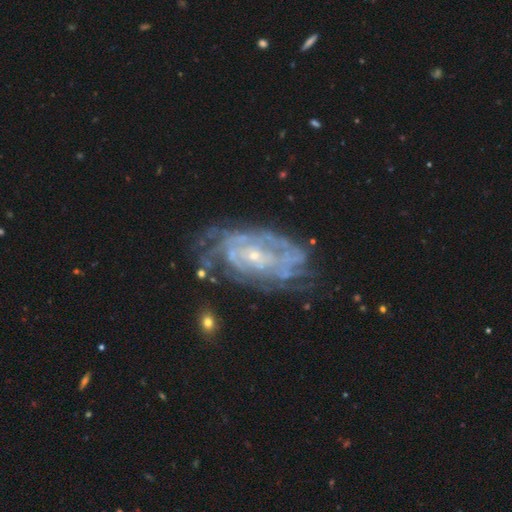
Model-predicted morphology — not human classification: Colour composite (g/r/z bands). It shows a featured or disk galaxy (83%) with no bar (68%), tight (70%) spiral arms (88%) and a small central bulge (77%). Merging: none (61%).